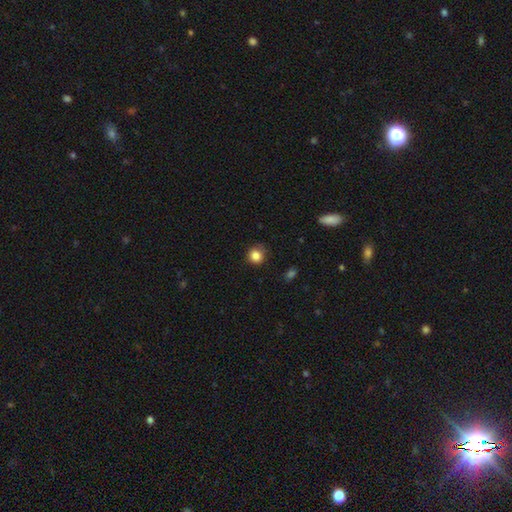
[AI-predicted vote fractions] smooth 84%, star or artifact 11%, featured or disk 5%. Down the decision tree: how rounded — round (88%); merging — none (78%).